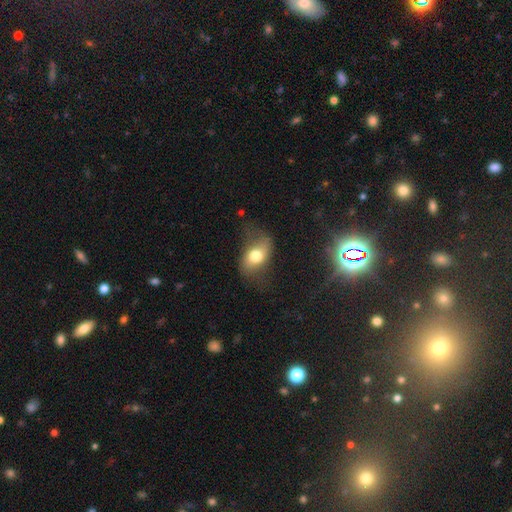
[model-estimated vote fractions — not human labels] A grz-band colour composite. It shows a smooth galaxy with no disk features (60%) that is in between round and cigar-shaped (82%). Merging: none (55%).